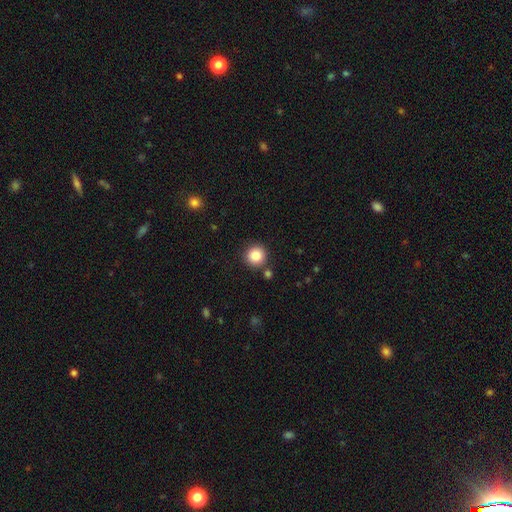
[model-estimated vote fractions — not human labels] smooth 86%, star or artifact 10%, featured or disk 5%. Down the decision tree: how rounded — round (94%); merging — none (84%).